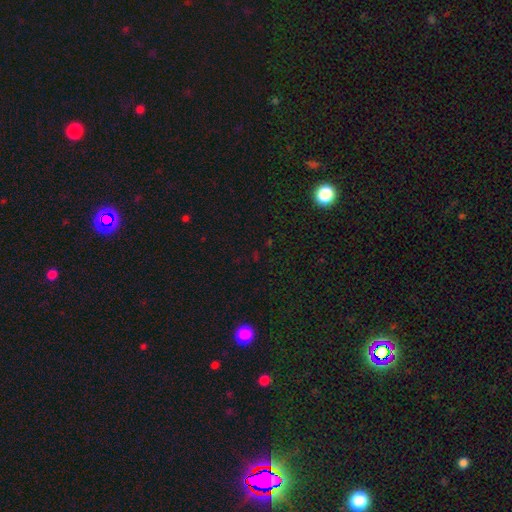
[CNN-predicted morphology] This appears to be a star or artifact, not a galaxy (67%).